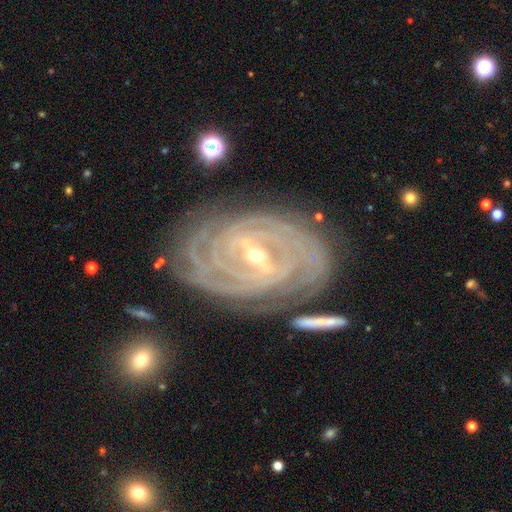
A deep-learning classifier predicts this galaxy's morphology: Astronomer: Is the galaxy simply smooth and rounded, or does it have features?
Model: featured or disk — 91%.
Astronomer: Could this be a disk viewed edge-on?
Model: no — 96%.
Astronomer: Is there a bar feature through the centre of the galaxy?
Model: strong — 48% (runner-up: weak, 40%).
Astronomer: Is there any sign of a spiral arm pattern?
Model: yes — 98%.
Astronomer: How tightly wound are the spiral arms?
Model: tight — 83%.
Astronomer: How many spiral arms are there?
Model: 4 — 26% (runner-up: can't tell, 20%).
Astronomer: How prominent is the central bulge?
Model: small — 61% (runner-up: moderate, 37%).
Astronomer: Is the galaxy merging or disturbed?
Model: none — 77%.